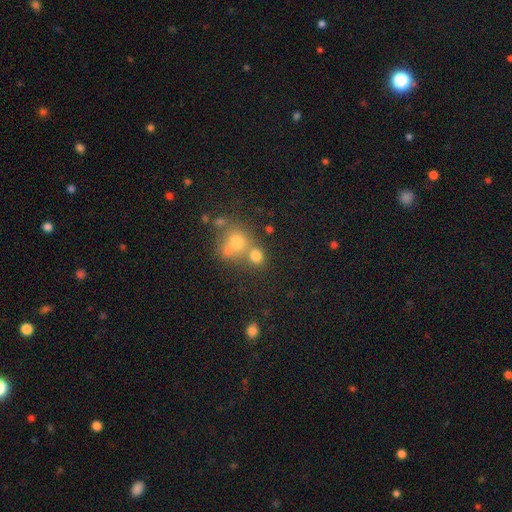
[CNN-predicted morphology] A smooth galaxy with no disk features (75%) that is round (76%). Merging: none (47%).